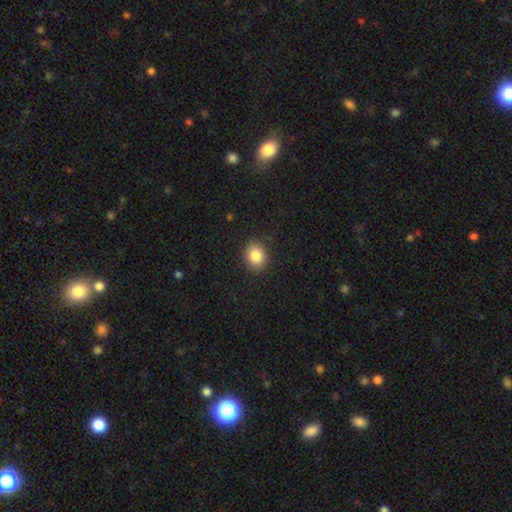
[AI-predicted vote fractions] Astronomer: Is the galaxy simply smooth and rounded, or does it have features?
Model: smooth — 85%.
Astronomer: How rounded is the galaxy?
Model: round — 61% (runner-up: in between, 38%).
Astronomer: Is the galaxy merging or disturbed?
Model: none — 87%.